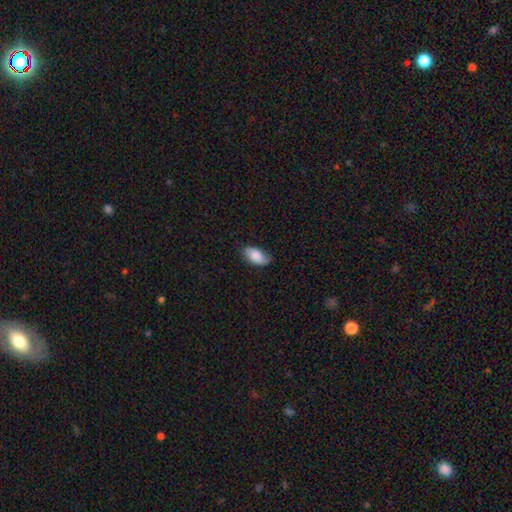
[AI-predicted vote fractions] Smooth or featured? smooth (81%)
How rounded? in between (93%)
Merging? none (73%)